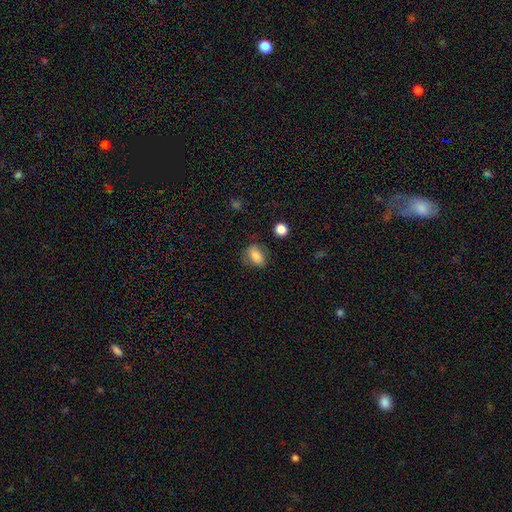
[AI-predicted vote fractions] Morphology: type=smooth (82%); roundness=in between (80%); merging=none (71%).